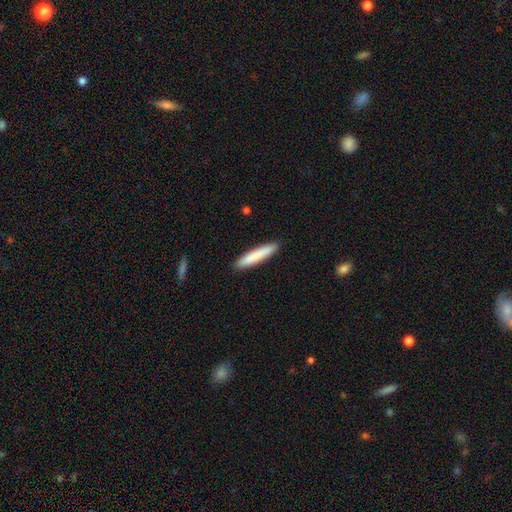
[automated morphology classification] Smooth or featured?
  - smooth: 83% *
  - featured or disk: 12%
  - star or artifact: 5%
How rounded?
  - cigar-shaped: 91% *
  - in between: 8%
  - round: 1%
Merging?
  - none: 91% *
  - minor disturbance: 7%
  - major disturbance: 1%
  - merger: 1%